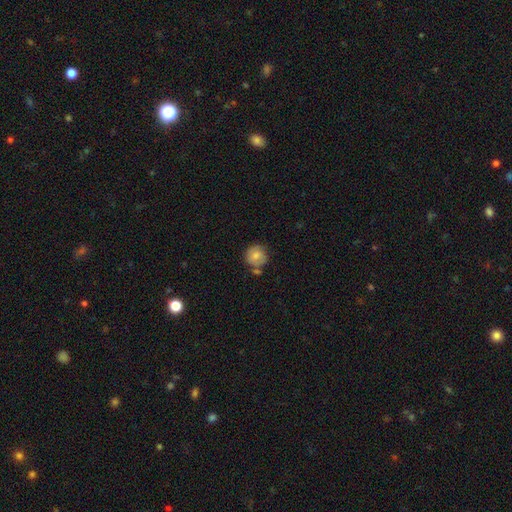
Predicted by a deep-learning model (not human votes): Q: Smooth or featured?
A: smooth (74%); runner-up: featured or disk (18%)
Q: How rounded?
A: round (91%); runner-up: in between (8%)
Q: Merging?
A: none (65%); runner-up: minor disturbance (17%)